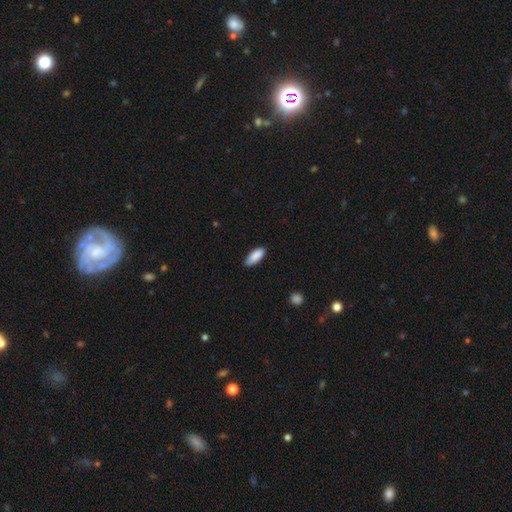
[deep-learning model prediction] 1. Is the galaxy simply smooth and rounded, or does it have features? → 89% smooth, 6% star or artifact, 5% featured or disk.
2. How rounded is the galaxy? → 78% in between, 21% cigar-shaped, 2% round.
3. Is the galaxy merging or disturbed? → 82% none, 15% minor disturbance, 2% major disturbance, 1% merger.